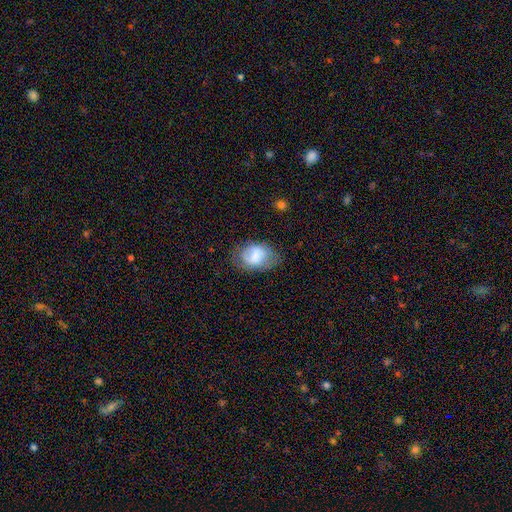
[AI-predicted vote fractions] Smooth or featured: smooth — 69% (featured or disk — 23%)
How rounded: in between — 84% (round — 15%)
Merging: none — 58% (minor disturbance — 28%)